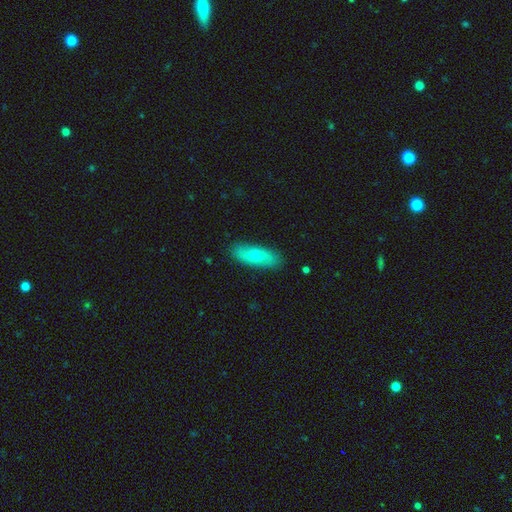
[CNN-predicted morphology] smooth_or_featured: smooth (p=0.66) [alt: featured or disk p=0.28]
how_rounded: in between (p=0.65) [alt: cigar-shaped p=0.32]
merging: none (p=0.85) [alt: minor disturbance p=0.11]